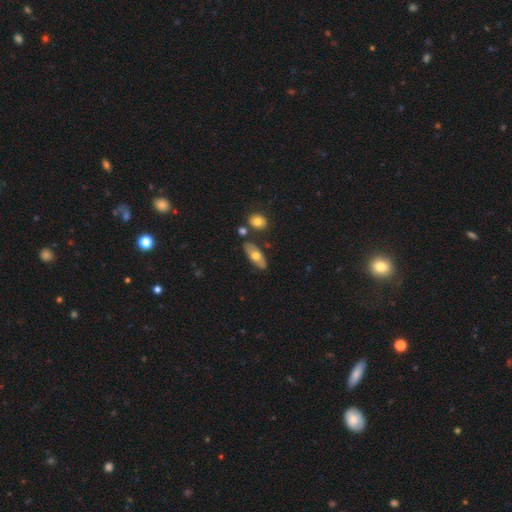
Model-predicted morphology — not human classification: Smooth or featured: smooth — 55% (featured or disk — 39%)
How rounded: in between — 78% (cigar-shaped — 19%)
Merging: none — 77% (minor disturbance — 13%)